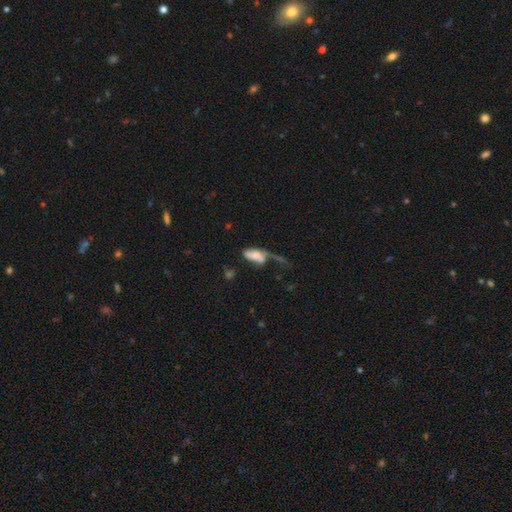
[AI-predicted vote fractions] Smooth or featured?
  - smooth: 53% *
  - featured or disk: 37%
  - star or artifact: 11%
How rounded?
  - in between: 82% *
  - cigar-shaped: 13%
  - round: 4%
Merging?
  - major disturbance: 42% *
  - merger: 23%
  - none: 19%
  - minor disturbance: 16%